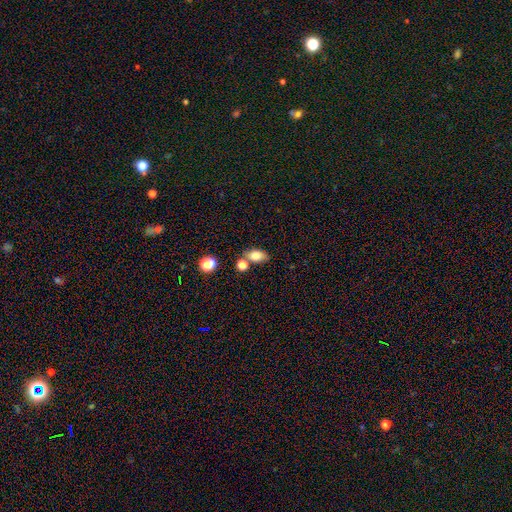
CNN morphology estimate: Smooth or featured? Predicted: smooth (p=0.78). How rounded? Predicted: in between (p=0.82). Merging? Predicted: none (p=0.62).